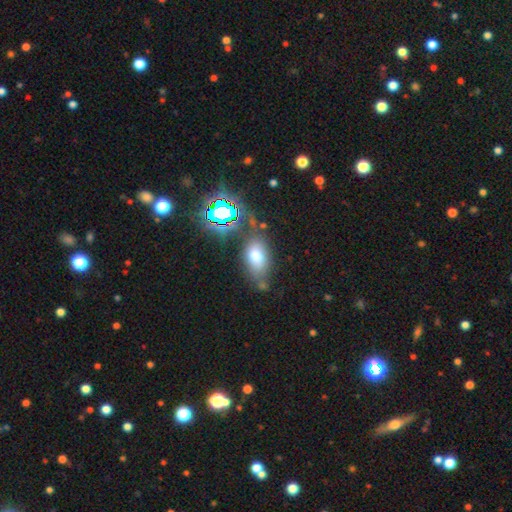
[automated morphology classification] The model was most divided on "smooth or featured": smooth: 66%, star or artifact: 19%, featured or disk: 15%. More confident: how rounded — in between (86%); merging — none (65%).